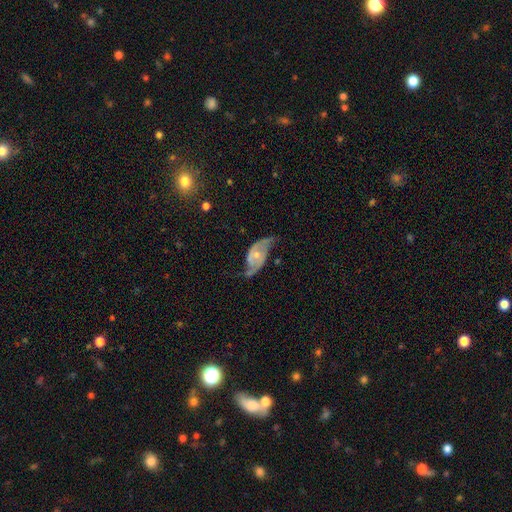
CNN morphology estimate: Smooth or featured: featured or disk — 81% (smooth — 13%)
Edge-on disk: no — 95% (yes — 5%)
Bar: no — 62% (weak — 29%)
Spiral arms: yes — 91% (no — 9%)
Spiral winding: loose — 44% (medium — 39%)
Spiral arm count: 2 — 88% (can't tell — 6%)
Bulge size: small — 54% (moderate — 41%)
Merging: none — 55% (minor disturbance — 26%)